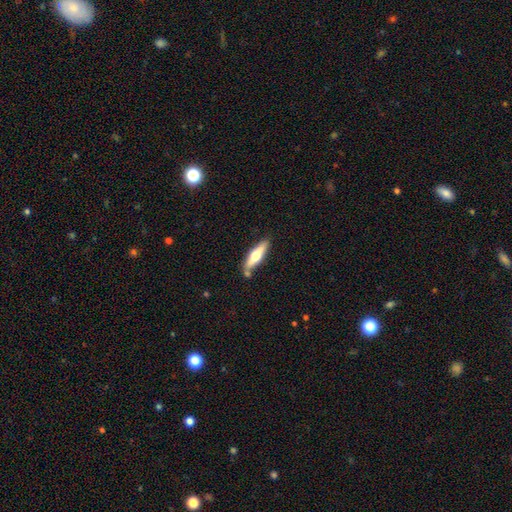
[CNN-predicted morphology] Smooth or featured? Predicted: smooth (p=0.49). Merging? Predicted: none (p=0.77).